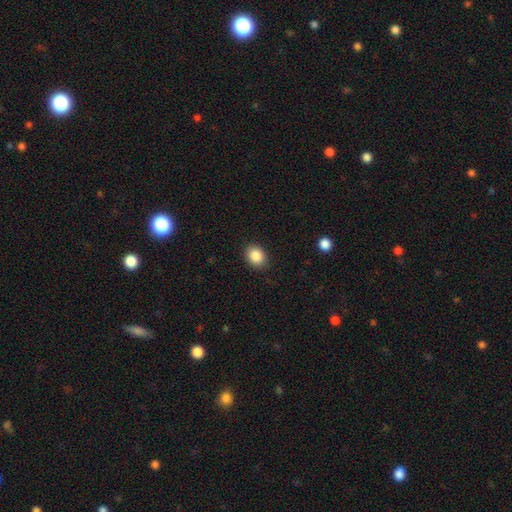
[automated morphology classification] Smooth or featured?
  - smooth: 87% *
  - star or artifact: 9%
  - featured or disk: 4%
How rounded?
  - in between: 50% *
  - round: 49%
  - cigar-shaped: 1%
Merging?
  - none: 88% *
  - minor disturbance: 8%
  - major disturbance: 2%
  - merger: 1%